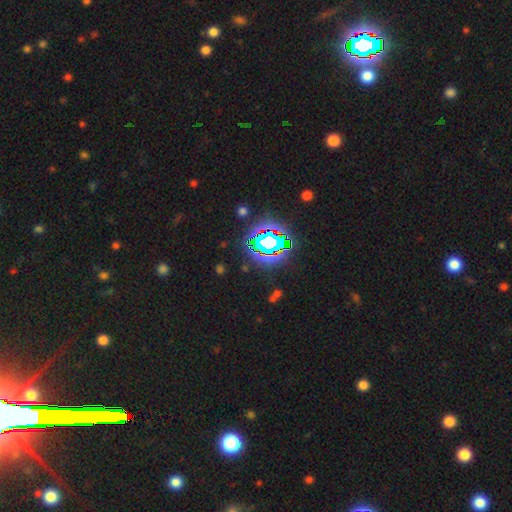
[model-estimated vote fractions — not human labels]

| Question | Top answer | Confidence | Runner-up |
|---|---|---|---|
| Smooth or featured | star or artifact | 82% | smooth (10%) |